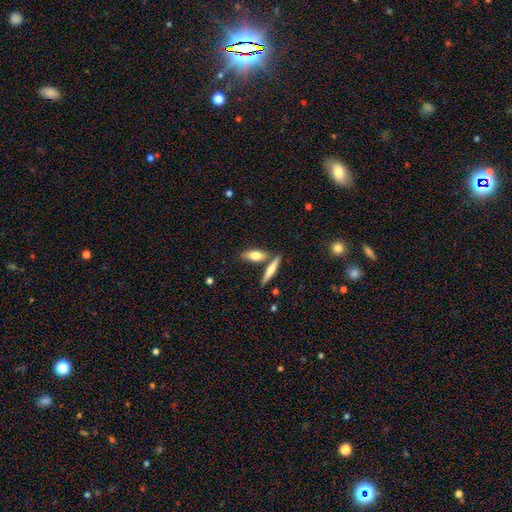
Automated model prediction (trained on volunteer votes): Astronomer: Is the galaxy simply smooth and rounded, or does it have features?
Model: smooth — 70%.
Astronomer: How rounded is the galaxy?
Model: in between — 57% (runner-up: cigar-shaped, 39%).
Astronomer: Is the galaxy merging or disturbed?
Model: none — 64%.